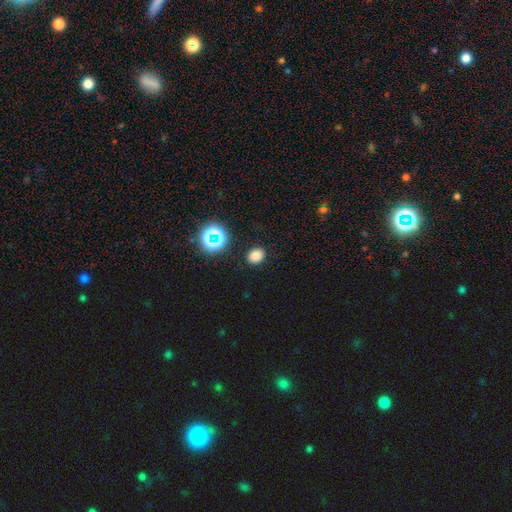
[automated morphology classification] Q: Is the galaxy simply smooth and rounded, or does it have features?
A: smooth — 77%.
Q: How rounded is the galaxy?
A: round — 54%.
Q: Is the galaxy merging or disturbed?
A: none — 89%.